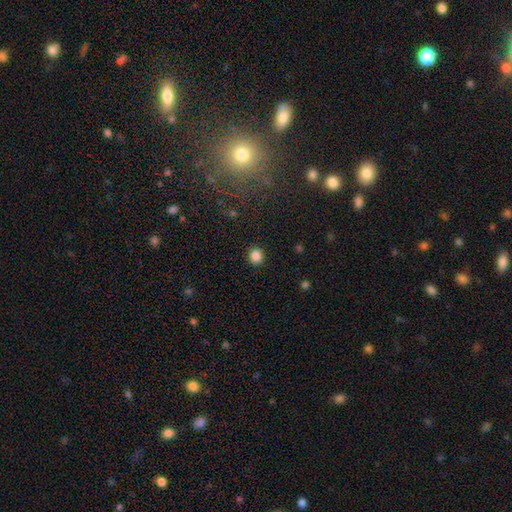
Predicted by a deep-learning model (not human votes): smooth_or_featured: smooth (p=0.85) [alt: star or artifact p=0.11]
how_rounded: round (p=0.88) [alt: in between p=0.11]
merging: none (p=0.92) [alt: minor disturbance p=0.05]